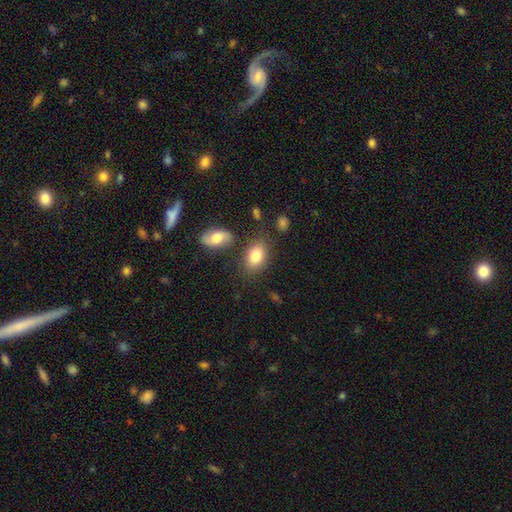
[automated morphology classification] A smooth galaxy with no disk features (82%) that is in between round and cigar-shaped (88%). Merging: none (74%).